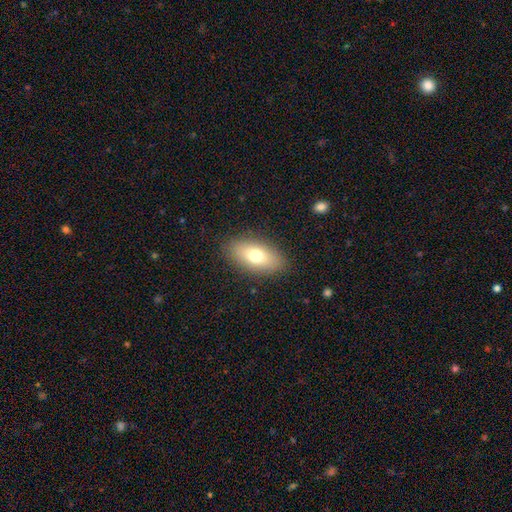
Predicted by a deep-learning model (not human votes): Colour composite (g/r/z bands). It shows a smooth galaxy with no disk features (72%) that is in between round and cigar-shaped (88%). Merging: none (87%).